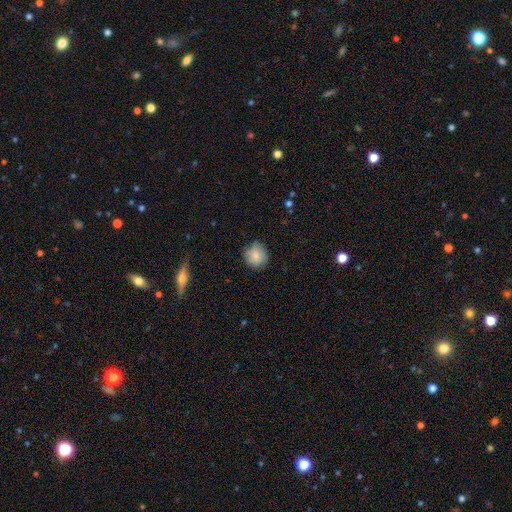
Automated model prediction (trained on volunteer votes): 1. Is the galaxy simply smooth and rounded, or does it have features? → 77% smooth, 14% featured or disk, 8% star or artifact.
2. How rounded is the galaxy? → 86% round, 13% in between, 1% cigar-shaped.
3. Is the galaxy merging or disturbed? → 74% none, 21% minor disturbance, 4% major disturbance, 1% merger.